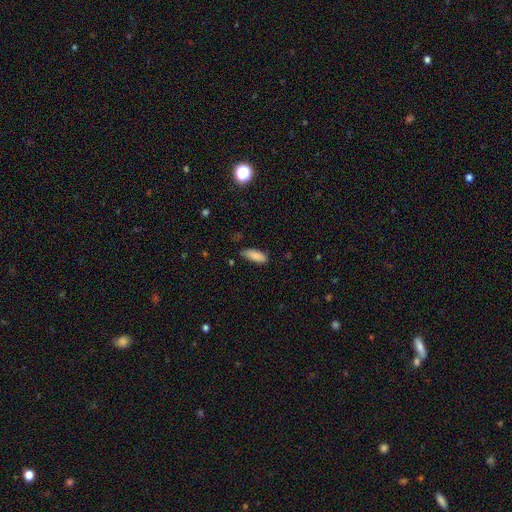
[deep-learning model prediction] Smooth or featured? smooth (86%)
How rounded? in between (70%)
Merging? none (71%)